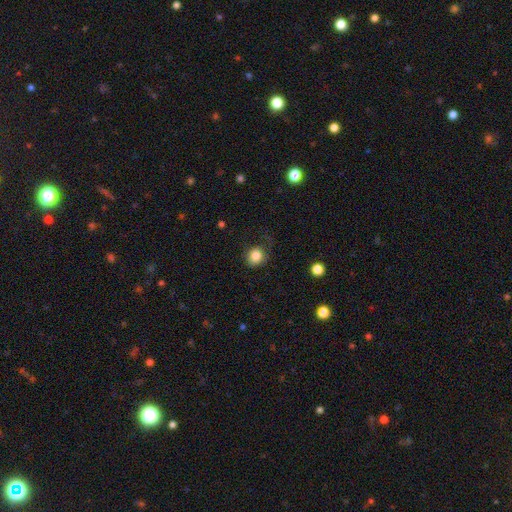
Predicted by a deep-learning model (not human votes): Smooth or featured? smooth (84%)
How rounded? round (75%)
Merging? none (68%)